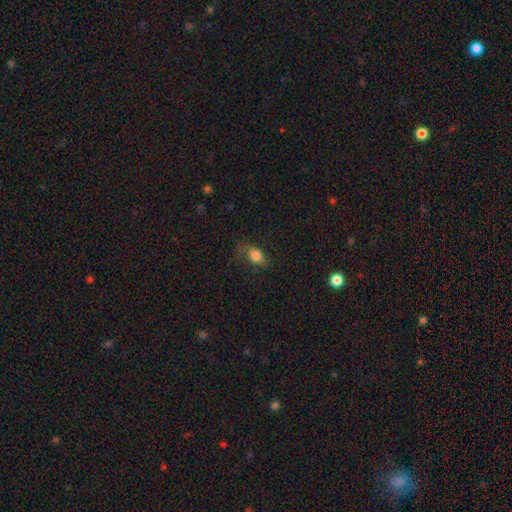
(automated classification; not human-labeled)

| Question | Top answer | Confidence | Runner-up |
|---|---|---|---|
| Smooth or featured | smooth | 80% | featured or disk (10%) |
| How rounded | in between | 73% | round (24%) |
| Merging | none | 59% | minor disturbance (25%) |